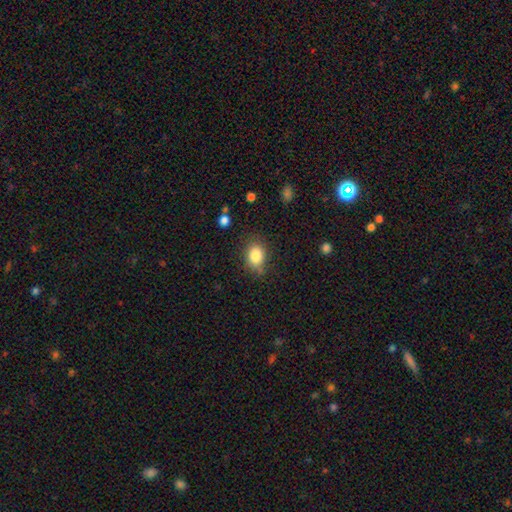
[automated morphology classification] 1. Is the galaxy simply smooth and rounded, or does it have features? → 85% smooth, 9% star or artifact, 6% featured or disk.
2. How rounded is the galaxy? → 66% in between, 33% round, 1% cigar-shaped.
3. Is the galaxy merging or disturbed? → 73% none, 20% minor disturbance, 5% major disturbance, 2% merger.